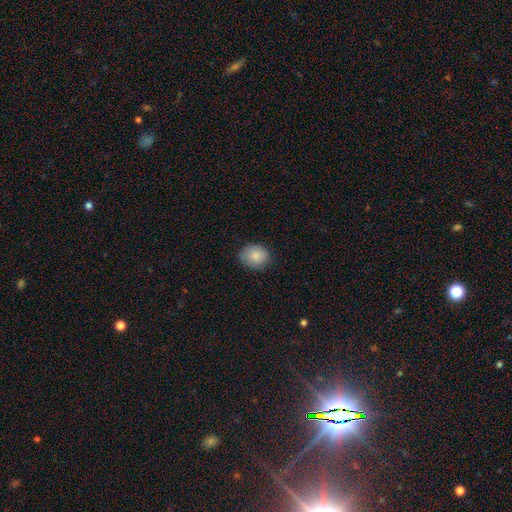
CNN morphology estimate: Smooth or featured? smooth (86%)
How rounded? round (58%)
Merging? none (78%)